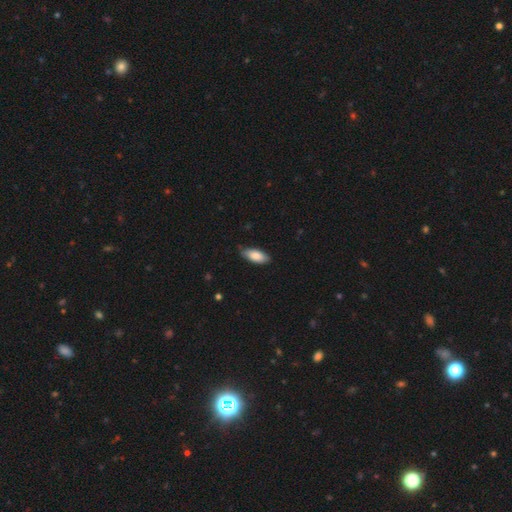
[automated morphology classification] Overall: smooth (83%). How rounded: in between (85%). Merging: none (78%).